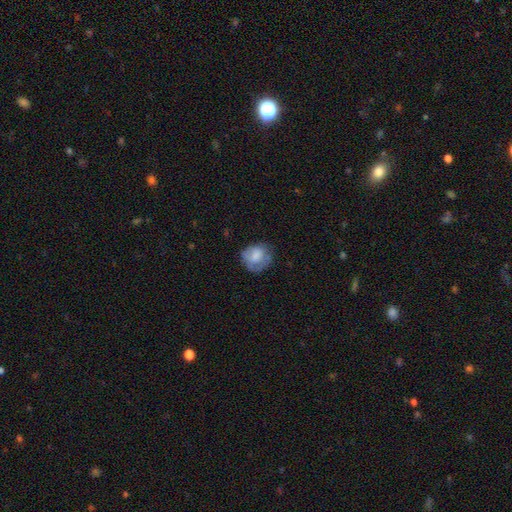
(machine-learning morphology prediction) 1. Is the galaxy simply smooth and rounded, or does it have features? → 69% smooth, 23% featured or disk, 8% star or artifact.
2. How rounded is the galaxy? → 75% round, 24% in between, 1% cigar-shaped.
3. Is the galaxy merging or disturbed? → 58% none, 27% minor disturbance, 13% major disturbance, 2% merger.